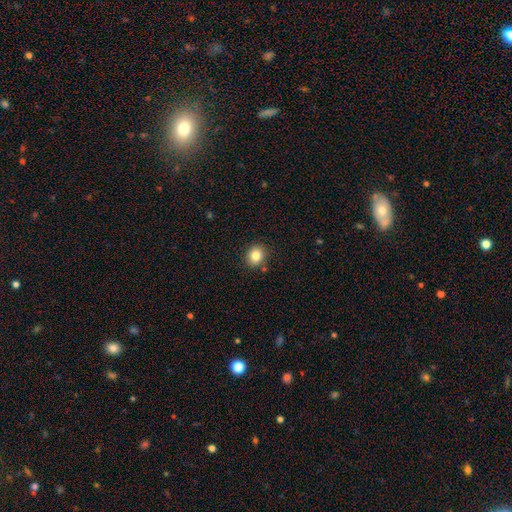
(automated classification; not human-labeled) Q: Smooth or featured?
A: smooth (82%); runner-up: star or artifact (11%)
Q: How rounded?
A: round (74%); runner-up: in between (25%)
Q: Merging?
A: none (87%); runner-up: minor disturbance (8%)